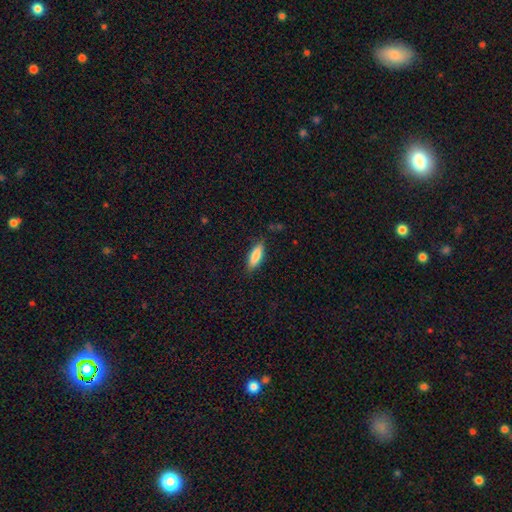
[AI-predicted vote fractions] Smooth or featured?
  - smooth: 83% *
  - featured or disk: 11%
  - star or artifact: 6%
How rounded?
  - in between: 52% *
  - cigar-shaped: 47%
  - round: 2%
Merging?
  - none: 83% *
  - minor disturbance: 13%
  - major disturbance: 3%
  - merger: 1%